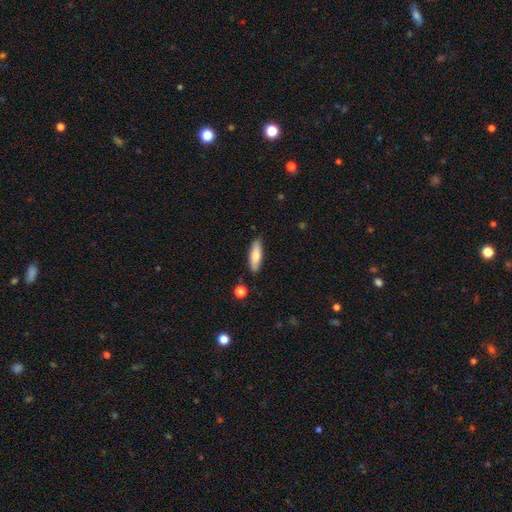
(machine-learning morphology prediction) smooth-or-featured: smooth: 78% | featured or disk: 16% | star or artifact: 6%
  how-rounded: in between: 52% | cigar-shaped: 46% | round: 2%
  merging: none: 86% | minor disturbance: 10% | merger: 2% | major disturbance: 2%